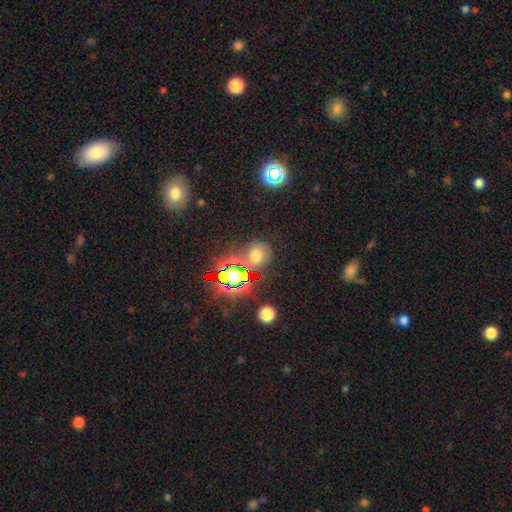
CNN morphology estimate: This appears to be a smooth galaxy with no disk features (47%). Merging: none (67%).